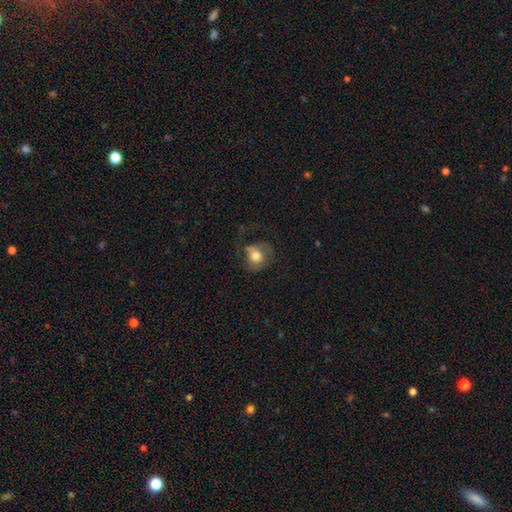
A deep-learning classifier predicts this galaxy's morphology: Smooth or featured? Predicted: smooth (p=0.69). How rounded? Predicted: round (p=0.69). Merging? Predicted: none (p=0.42).